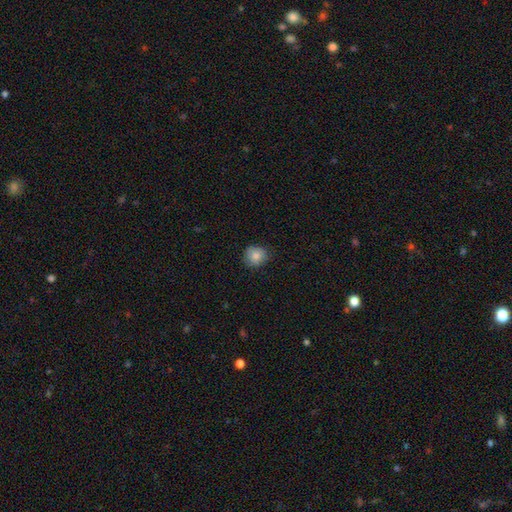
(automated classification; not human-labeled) Q: Smooth or featured?
A: smooth (83%); runner-up: star or artifact (9%)
Q: How rounded?
A: round (85%); runner-up: in between (14%)
Q: Merging?
A: none (82%); runner-up: minor disturbance (14%)